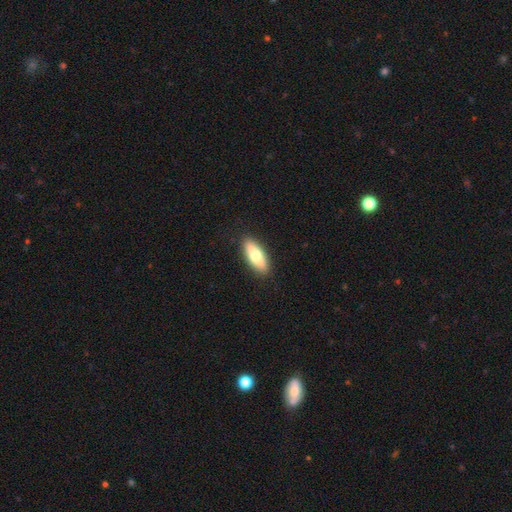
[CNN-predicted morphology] This is likely a smooth galaxy (74%). How rounded: likely in between (72%). Merging: clearly none (90%).